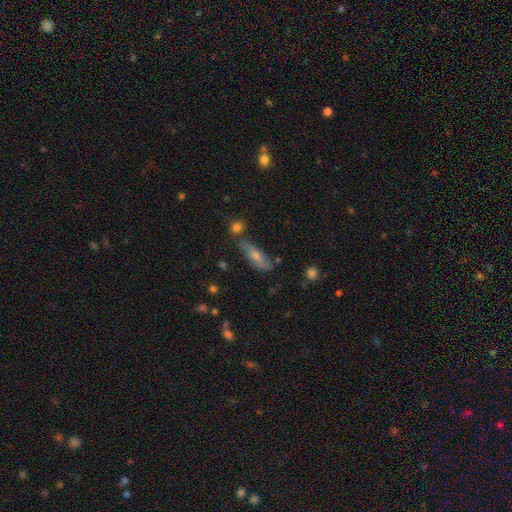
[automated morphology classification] This appears to be a smooth galaxy with no disk features (44%). Merging: none (64%).